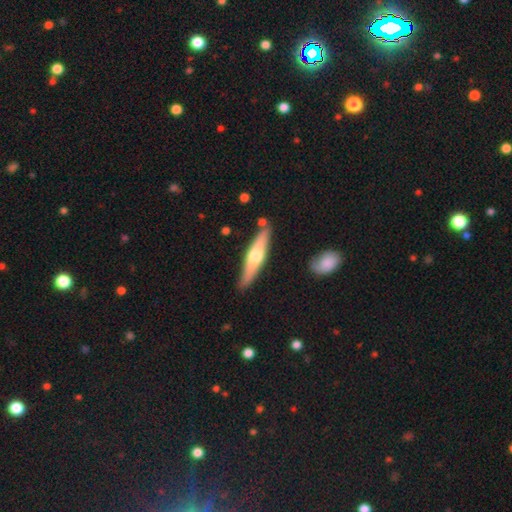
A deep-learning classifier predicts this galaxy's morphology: The model was most divided on "smooth or featured": featured or disk: 51%, smooth: 44%, star or artifact: 5%. More confident: edge-on disk — yes (92%); merging — none (83%).